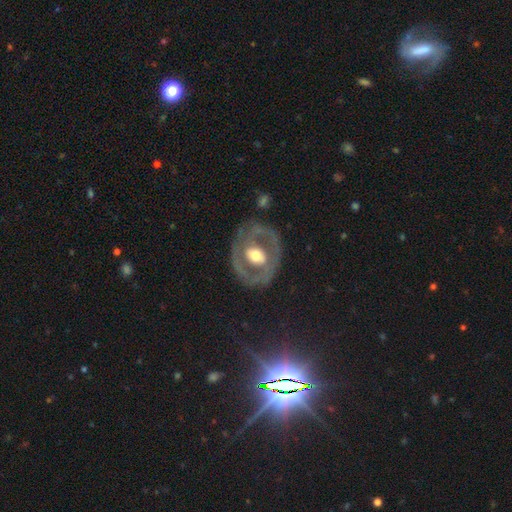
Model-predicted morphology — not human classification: type=featured or disk (68%); edge-on=no (95%); bar=no (56%); spiral arms=no (64%); bulge=moderate (64%); merging=none (70%).